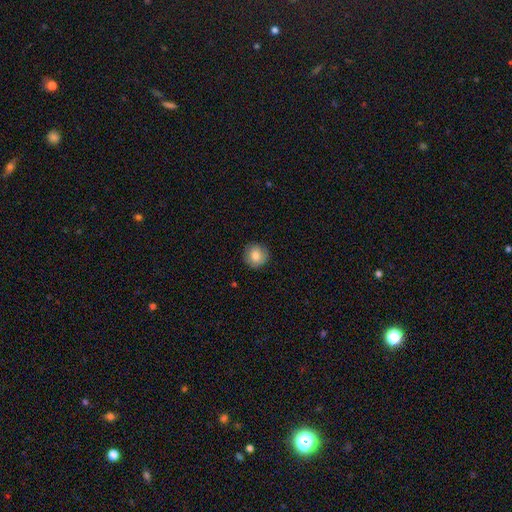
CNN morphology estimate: A smooth galaxy with no disk features (81%) that is round (94%).

Vote fractions:
- Smooth or featured? smooth: 81% / featured or disk: 10% / star or artifact: 9%
- How rounded? round: 94% / in between: 5% / cigar-shaped: 1%
- Merging? none: 89% / minor disturbance: 8% / major disturbance: 2% / merger: 1%